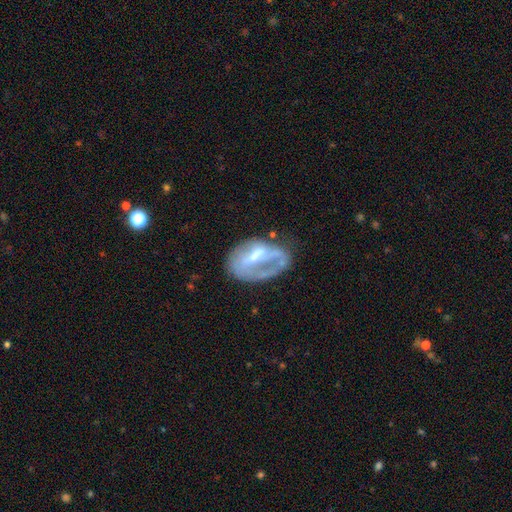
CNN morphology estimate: Smooth or featured: featured or disk — 61% (smooth — 32%)
Edge-on disk: no — 95% (yes — 5%)
Bar: weak — 40% (no — 35%)
Spiral arms: no — 59% (yes — 41%)
Bulge size: moderate — 44% (small — 35%)
Merging: none — 39% (major disturbance — 31%)